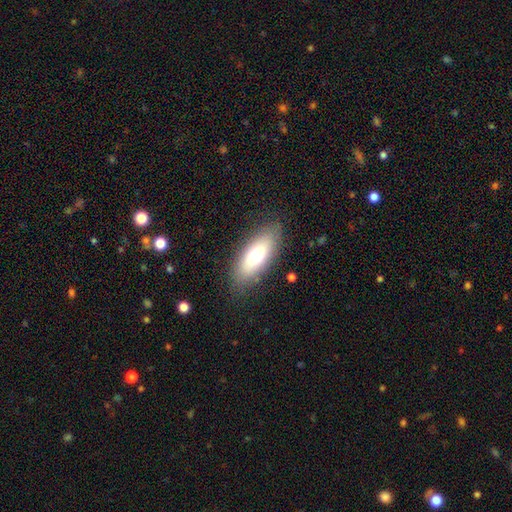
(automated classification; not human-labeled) smooth 69%, featured or disk 24%, star or artifact 7%. Down the decision tree: how rounded — in between (75%); merging — none (83%).